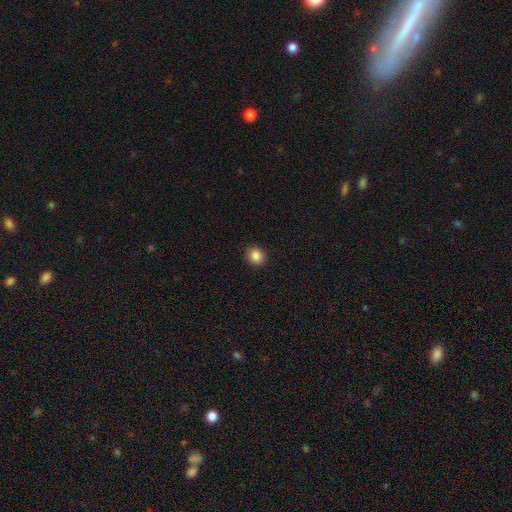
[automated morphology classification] Smooth or featured?
  - smooth: 87% *
  - star or artifact: 10%
  - featured or disk: 3%
How rounded?
  - round: 75% *
  - in between: 24%
  - cigar-shaped: 1%
Merging?
  - none: 91% *
  - minor disturbance: 6%
  - major disturbance: 2%
  - merger: 1%